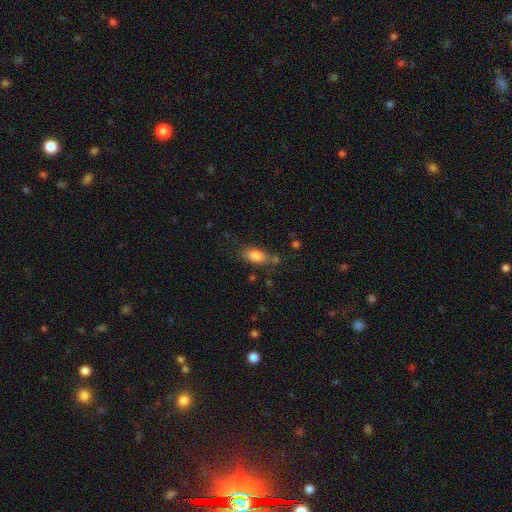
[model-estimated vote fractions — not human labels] Smooth or featured? smooth (85%)
How rounded? in between (88%)
Merging? none (67%)